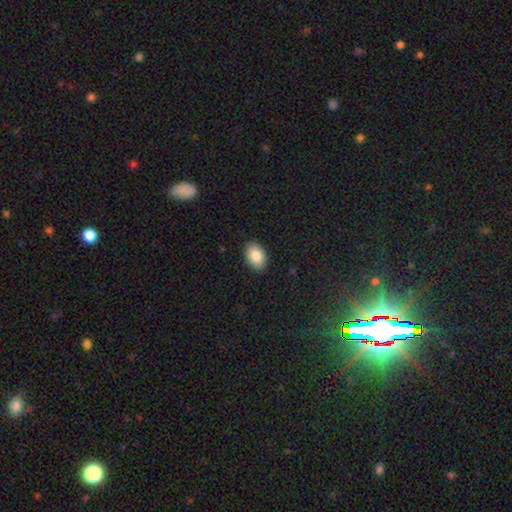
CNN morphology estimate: smooth 85%, featured or disk 8%, star or artifact 7%. Down the decision tree: how rounded — in between (88%); merging — none (89%).